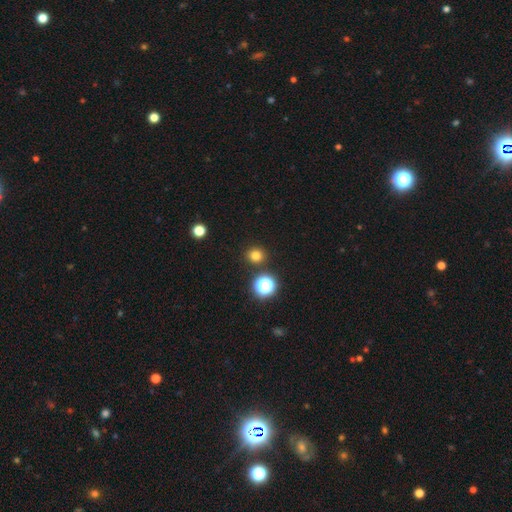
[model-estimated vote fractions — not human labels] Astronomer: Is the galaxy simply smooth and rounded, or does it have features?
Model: smooth — 77%.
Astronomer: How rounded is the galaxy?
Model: round — 89%.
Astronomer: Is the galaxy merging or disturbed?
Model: none — 89%.